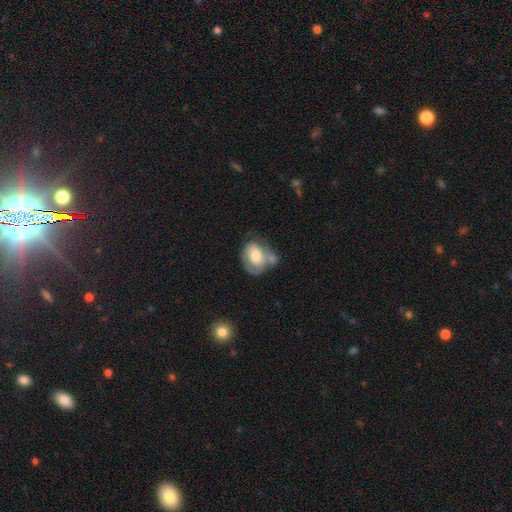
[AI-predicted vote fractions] Q: Smooth or featured?
A: smooth (50%); runner-up: featured or disk (44%)
Q: Merging?
A: merger (33%); runner-up: none (28%)